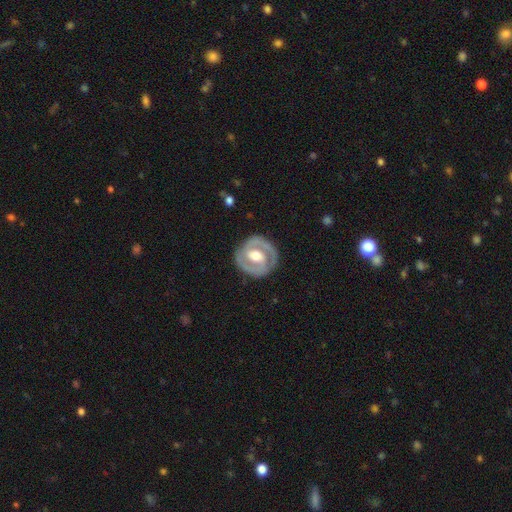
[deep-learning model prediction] Smooth or featured? Predicted: featured or disk (p=0.82). Edge-on disk? Predicted: no (p=0.97). Bar? Predicted: weak (p=0.43). Spiral arms? Predicted: yes (p=0.84). Spiral winding? Predicted: tight (p=0.56). Spiral arm count? Predicted: 2 (p=0.85). Bulge size? Predicted: moderate (p=0.69). Merging? Predicted: none (p=0.85).